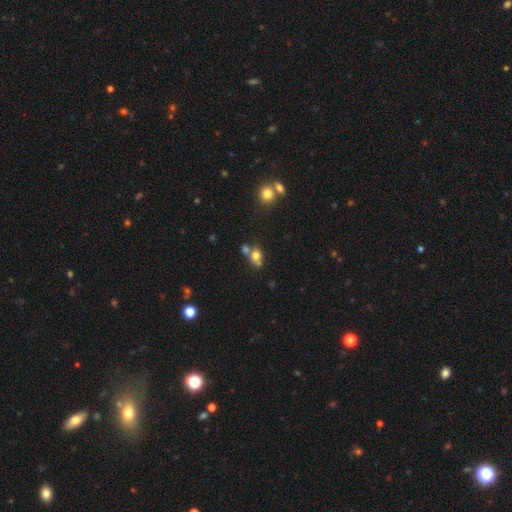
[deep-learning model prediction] smooth 70%, featured or disk 16%, star or artifact 14%. Down the decision tree: how rounded — round (54%); merging — merger (44%).